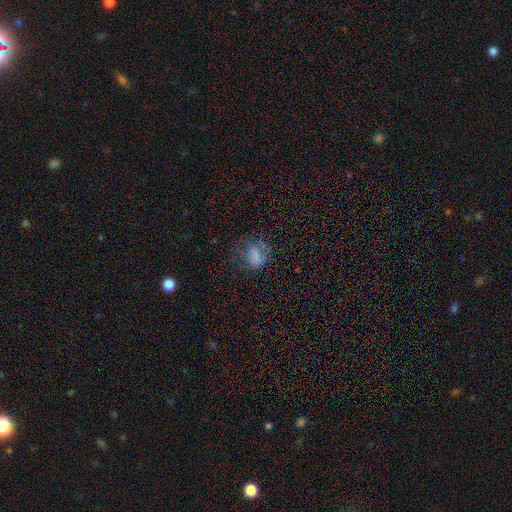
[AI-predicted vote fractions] smooth_or_featured: smooth (p=0.64) [alt: featured or disk p=0.20]
how_rounded: in between (p=0.52) [alt: round p=0.46]
merging: none (p=0.50) [alt: major disturbance p=0.24]